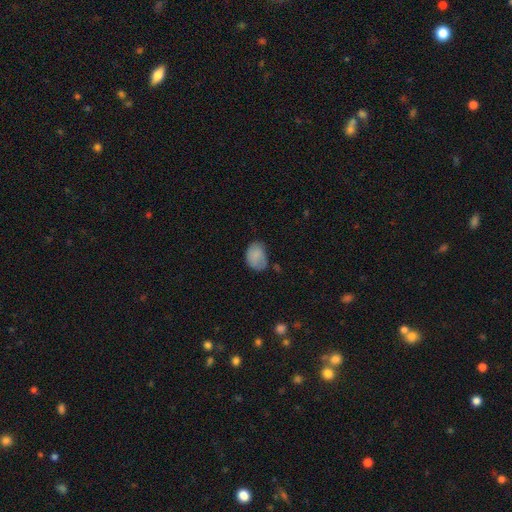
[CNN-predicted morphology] A smooth galaxy with no disk features (83%) that is in between round and cigar-shaped (75%).

Vote fractions:
- Smooth or featured? smooth: 83% / featured or disk: 9% / star or artifact: 8%
- How rounded? in between: 75% / round: 24% / cigar-shaped: 1%
- Merging? none: 55% / minor disturbance: 33% / major disturbance: 8% / merger: 3%